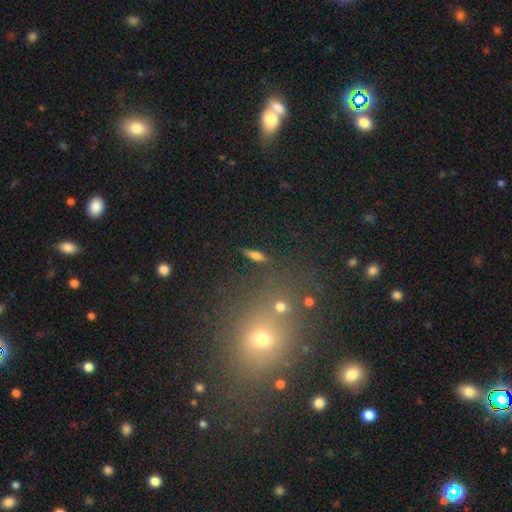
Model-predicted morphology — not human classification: This is likely a smooth galaxy (70%). How rounded: possibly cigar-shaped (49%). Merging: clearly none (84%).